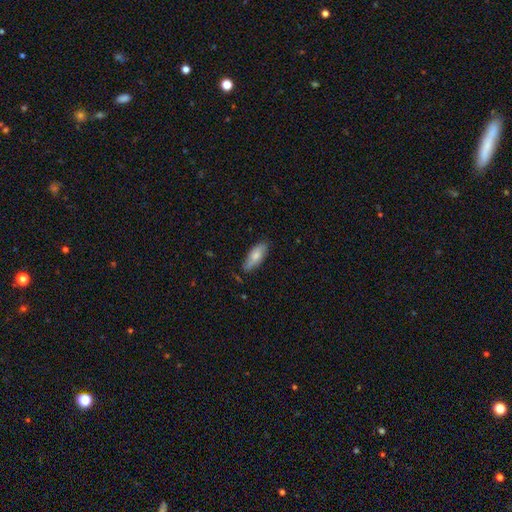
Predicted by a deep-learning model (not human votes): A smooth galaxy with no disk features (74%) that is in between round and cigar-shaped (76%). Merging: none (77%).